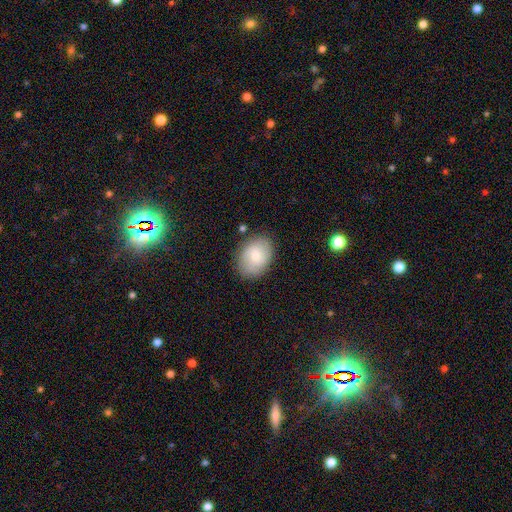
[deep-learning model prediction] smooth_or_featured: smooth (p=0.61) [alt: featured or disk p=0.32]
how_rounded: in between (p=0.72) [alt: round p=0.27]
merging: none (p=0.81) [alt: minor disturbance p=0.13]